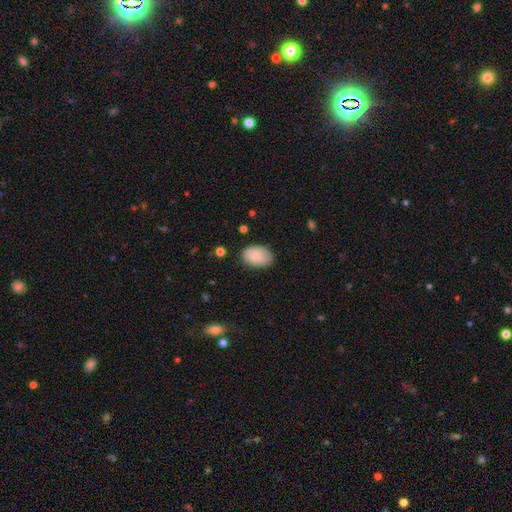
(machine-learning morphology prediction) Smooth or featured?
  - smooth: 82% *
  - featured or disk: 11%
  - star or artifact: 7%
How rounded?
  - in between: 87% *
  - round: 12%
  - cigar-shaped: 1%
Merging?
  - none: 78% *
  - minor disturbance: 17%
  - major disturbance: 3%
  - merger: 1%